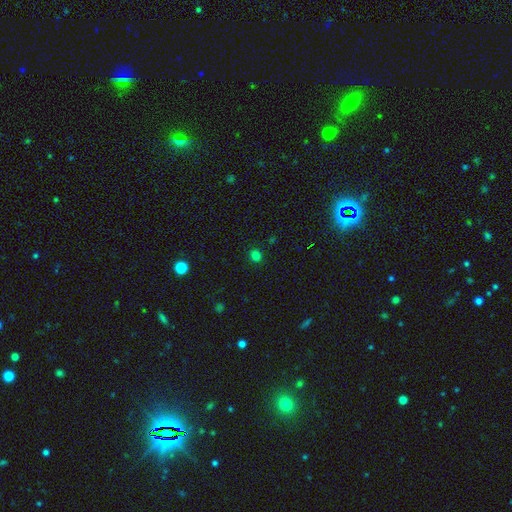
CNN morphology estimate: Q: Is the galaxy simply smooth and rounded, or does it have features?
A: smooth — 78%.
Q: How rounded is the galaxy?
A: round — 78%.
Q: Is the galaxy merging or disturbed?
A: none — 89%.